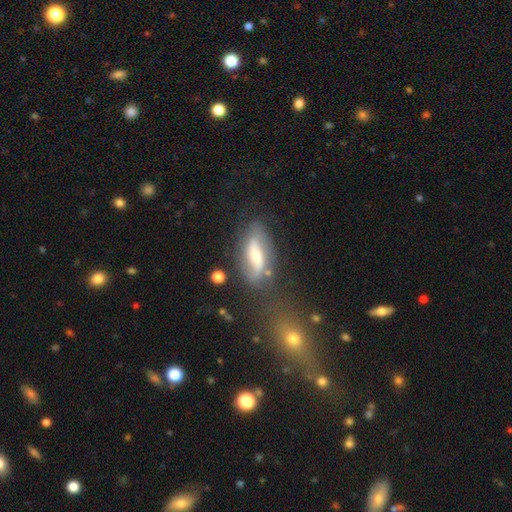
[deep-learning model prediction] Morphology: type=featured or disk (47%); merging=none (62%).